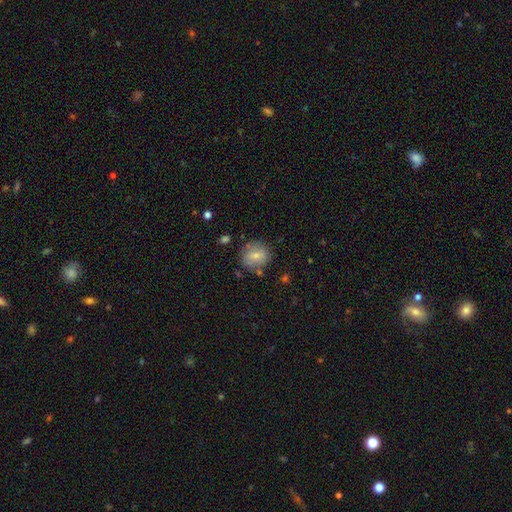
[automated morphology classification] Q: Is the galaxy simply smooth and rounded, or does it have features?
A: smooth — 71%.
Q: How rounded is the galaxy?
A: round — 80%.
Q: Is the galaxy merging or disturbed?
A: none — 76%.